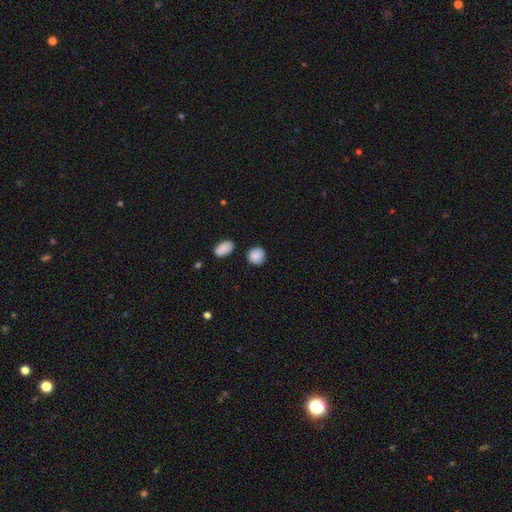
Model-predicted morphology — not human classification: Smooth or featured?
  - smooth: 88% *
  - star or artifact: 8%
  - featured or disk: 4%
How rounded?
  - round: 87% *
  - in between: 12%
  - cigar-shaped: 1%
Merging?
  - none: 86% *
  - minor disturbance: 8%
  - merger: 4%
  - major disturbance: 2%